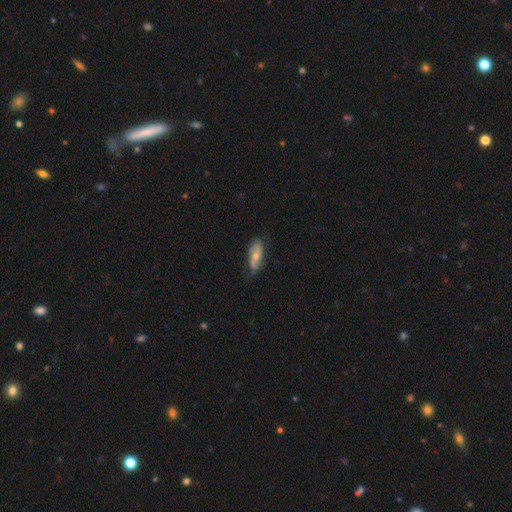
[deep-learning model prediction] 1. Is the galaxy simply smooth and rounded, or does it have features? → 55% smooth, 39% featured or disk, 7% star or artifact.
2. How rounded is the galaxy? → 75% in between, 22% cigar-shaped, 3% round.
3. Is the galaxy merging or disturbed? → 63% none, 29% minor disturbance, 6% major disturbance, 2% merger.